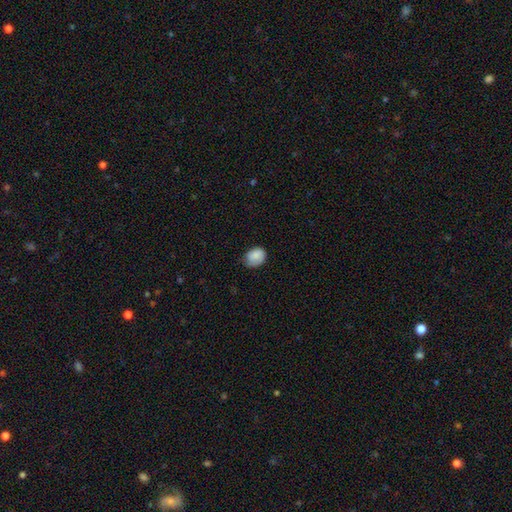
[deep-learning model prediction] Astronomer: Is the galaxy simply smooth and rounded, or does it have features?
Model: smooth — 82%.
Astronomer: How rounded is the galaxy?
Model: in between — 59% (runner-up: round, 40%).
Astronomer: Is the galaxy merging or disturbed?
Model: none — 61%.